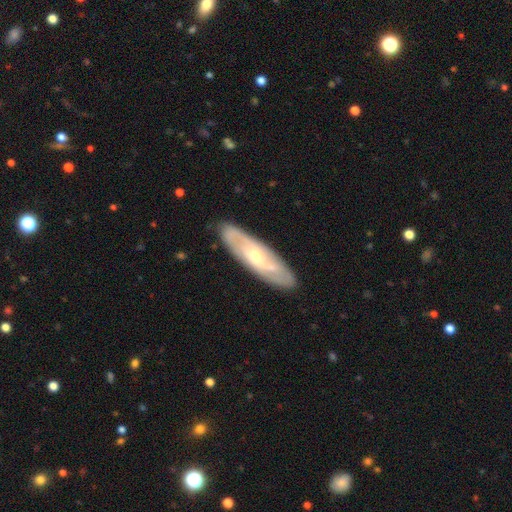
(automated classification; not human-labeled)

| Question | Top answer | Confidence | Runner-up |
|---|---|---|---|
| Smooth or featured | featured or disk | 69% | smooth (26%) |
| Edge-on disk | no | 76% | yes (24%) |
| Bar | no | 56% | weak (35%) |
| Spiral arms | yes | 82% | no (18%) |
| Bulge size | moderate | 49% | small (46%) |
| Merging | none | 86% | minor disturbance (11%) |